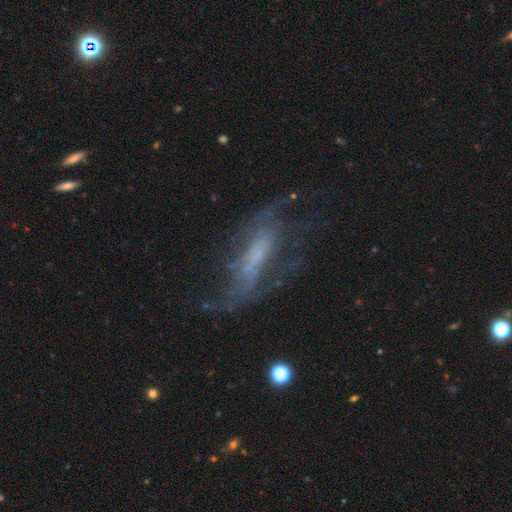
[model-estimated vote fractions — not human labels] A featured or disk galaxy (70%) with no bar (41%), spiral arms (68%) and no central bulge (36%).

Vote fractions:
- Smooth or featured? featured or disk: 70% / smooth: 19% / star or artifact: 12%
- Edge-on disk? no: 82% / yes: 18%
- Bar? no: 41% / weak: 34% / strong: 24%
- Spiral arms? yes: 68% / no: 32%
- Bulge size? none: 36% / small: 31% / moderate: 23% / large: 8% / dominant: 2%
- Merging? none: 50% / major disturbance: 27% / minor disturbance: 20% / merger: 3%